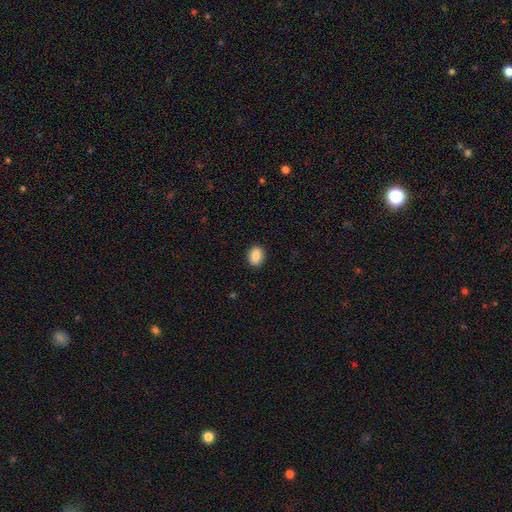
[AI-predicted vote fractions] Smooth or featured: smooth — 87% (star or artifact — 8%)
How rounded: in between — 63% (round — 36%)
Merging: none — 89% (minor disturbance — 8%)